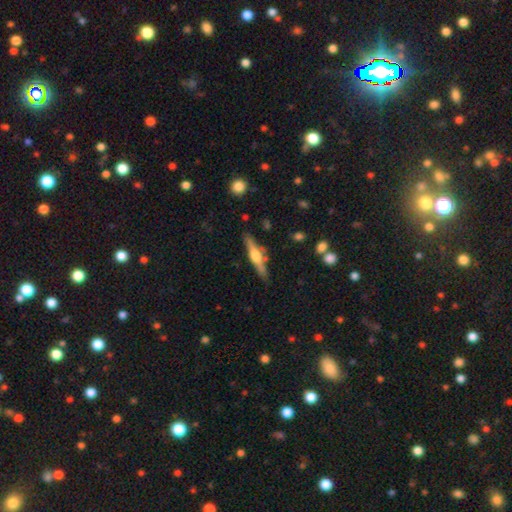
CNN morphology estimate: Smooth or featured?
  - featured or disk: 70% *
  - smooth: 24%
  - star or artifact: 6%
Edge-on disk?
  - yes: 97% *
  - no: 3%
Edge-on bulge?
  - rounded: 88% *
  - boxy: 9%
  - none: 3%
Merging?
  - none: 81% *
  - minor disturbance: 13%
  - merger: 4%
  - major disturbance: 3%